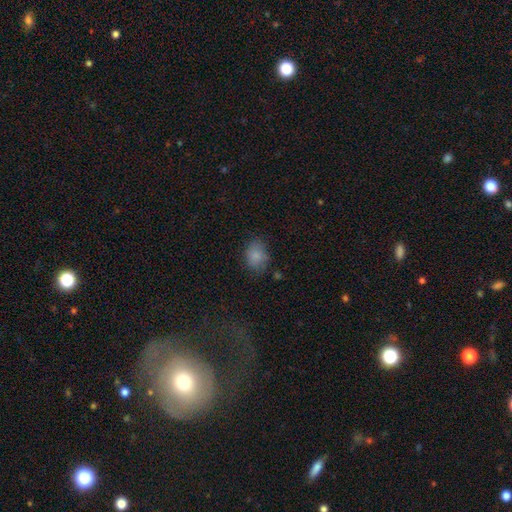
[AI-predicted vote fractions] Smooth or featured? smooth (84%)
How rounded? in between (64%)
Merging? none (70%)